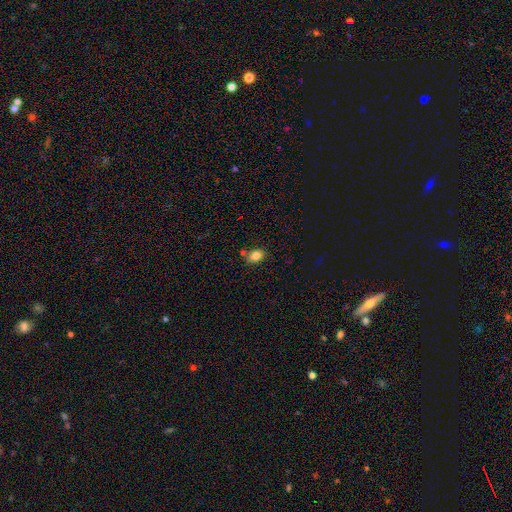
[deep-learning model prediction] Morphology: type=smooth (83%); roundness=in between (74%); merging=none (73%).